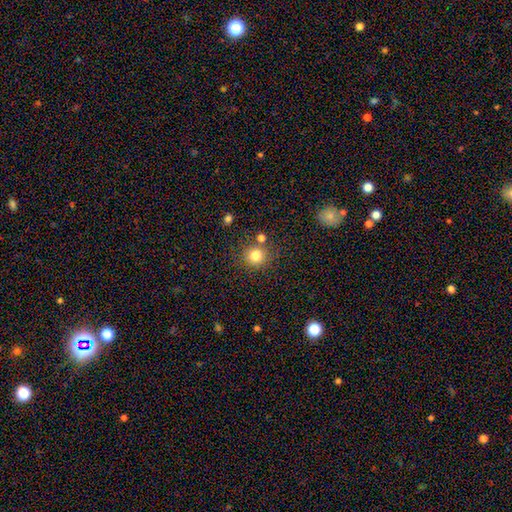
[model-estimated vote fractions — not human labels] Q: Smooth or featured?
A: smooth (81%); runner-up: star or artifact (13%)
Q: How rounded?
A: round (90%); runner-up: in between (9%)
Q: Merging?
A: none (75%); runner-up: merger (11%)